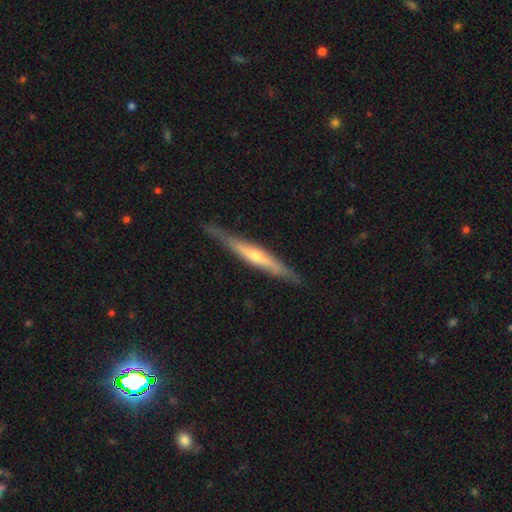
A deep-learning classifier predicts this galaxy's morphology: Smooth or featured: featured or disk — 71% (smooth — 23%)
Edge-on disk: yes — 94% (no — 6%)
Edge-on bulge: rounded — 66% (none — 28%)
Merging: none — 86% (minor disturbance — 11%)